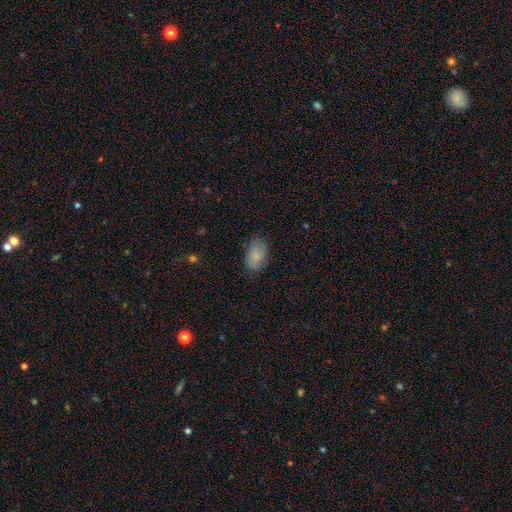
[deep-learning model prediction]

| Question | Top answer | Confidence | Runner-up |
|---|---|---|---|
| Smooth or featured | smooth | 80% | featured or disk (12%) |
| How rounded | in between | 92% | round (6%) |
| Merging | none | 76% | minor disturbance (19%) |